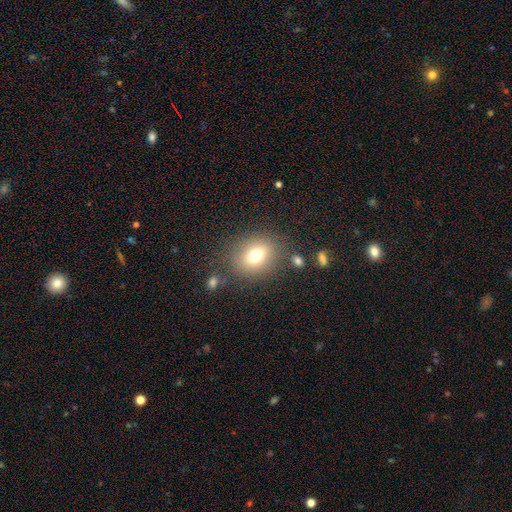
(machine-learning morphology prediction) The model was most divided on "how rounded": round: 54%, in between: 45%, cigar-shaped: 1%. More confident: merging — none (79%); smooth or featured — smooth (73%).